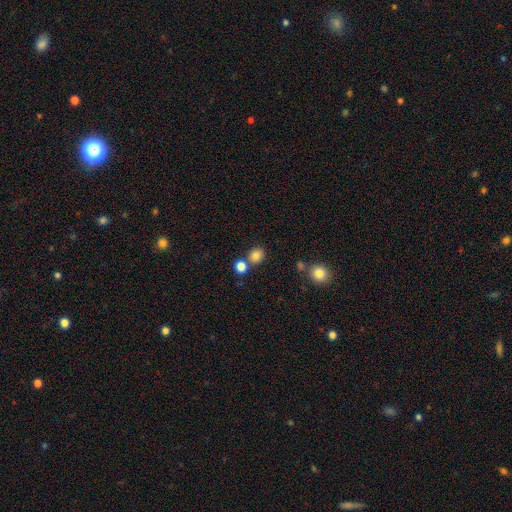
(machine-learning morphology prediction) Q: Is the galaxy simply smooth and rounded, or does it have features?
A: smooth — 81%.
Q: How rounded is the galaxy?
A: round — 79%.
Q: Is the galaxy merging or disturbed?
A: none — 71%.